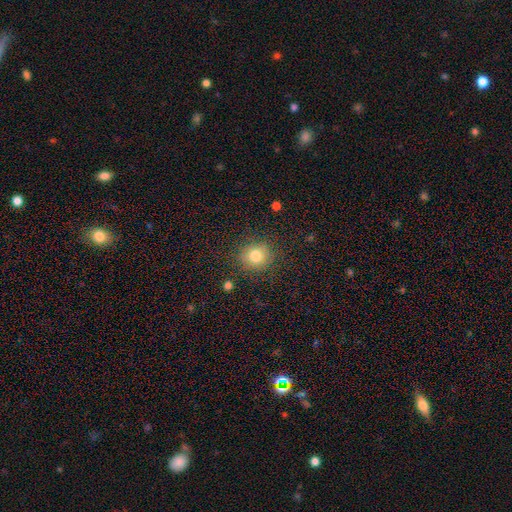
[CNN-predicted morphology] Smooth or featured? smooth (81%)
How rounded? round (84%)
Merging? none (84%)